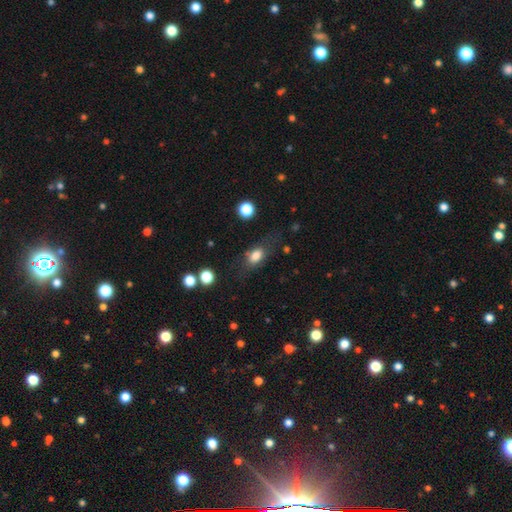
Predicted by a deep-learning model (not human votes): The model was most divided on "merging": none: 64%, minor disturbance: 20%, major disturbance: 12%, merger: 3%. More confident: how rounded — in between (78%); smooth or featured — smooth (77%).